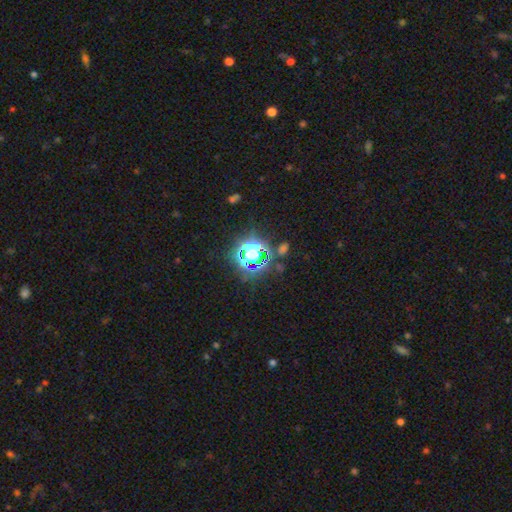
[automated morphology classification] Smooth or featured? star or artifact (75%)